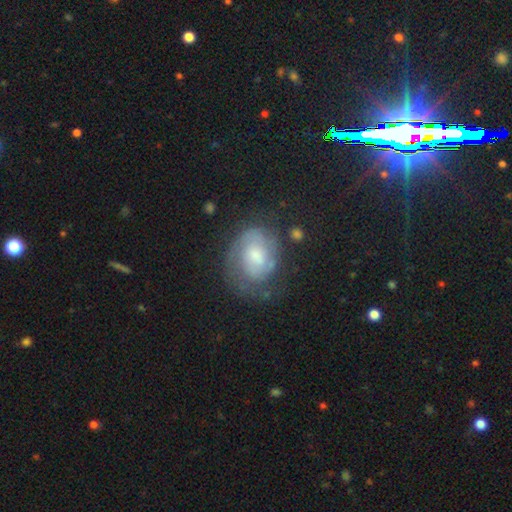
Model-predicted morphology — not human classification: This is likely a featured or disk galaxy (65%). It is clearly not viewed edge-on (97%). Bar: possibly no (58%). Spiral arm pattern: clearly yes (83%). Spiral arm count: marginally 2 (40%). Spiral winding: possibly tight (55%). Central bulge: possibly moderate (47%). Merging: possibly none (58%).